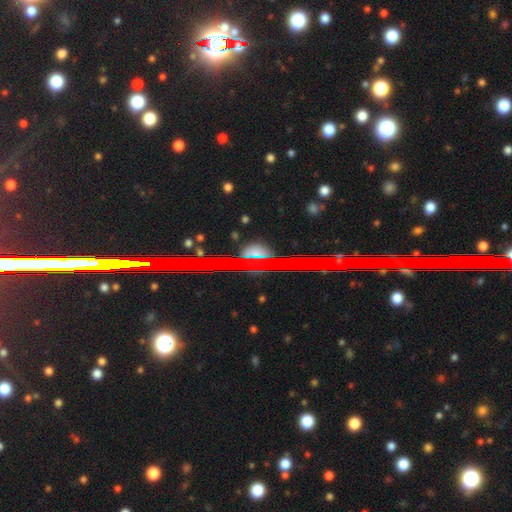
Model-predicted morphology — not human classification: The model was most divided on "smooth or featured": star or artifact: 57%, smooth: 25%, featured or disk: 18%.